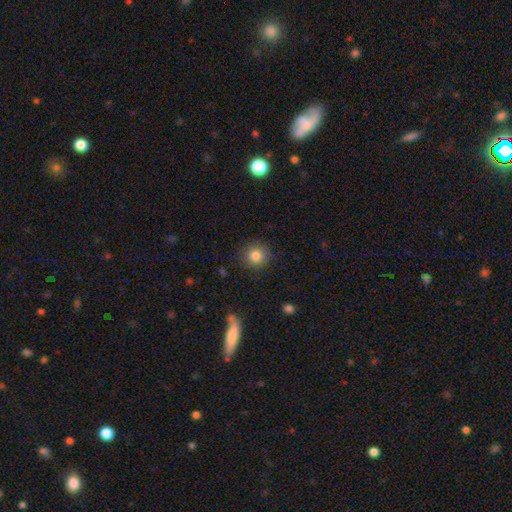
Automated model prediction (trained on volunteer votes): This is clearly a smooth galaxy (83%). How rounded: clearly round (91%). Merging: clearly none (87%).